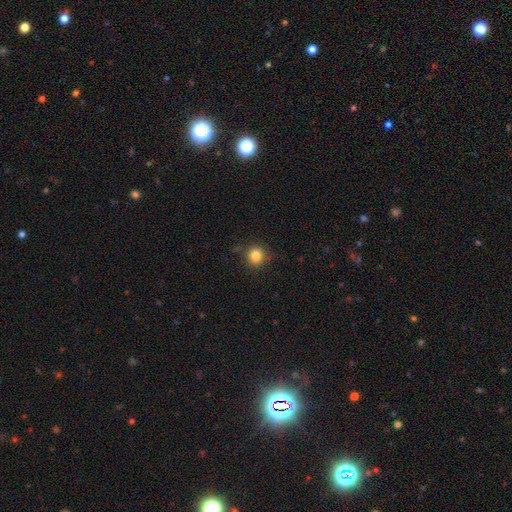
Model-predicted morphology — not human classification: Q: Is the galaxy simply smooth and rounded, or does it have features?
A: smooth — 83%.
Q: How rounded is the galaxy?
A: round — 88%.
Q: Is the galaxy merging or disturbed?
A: none — 84%.